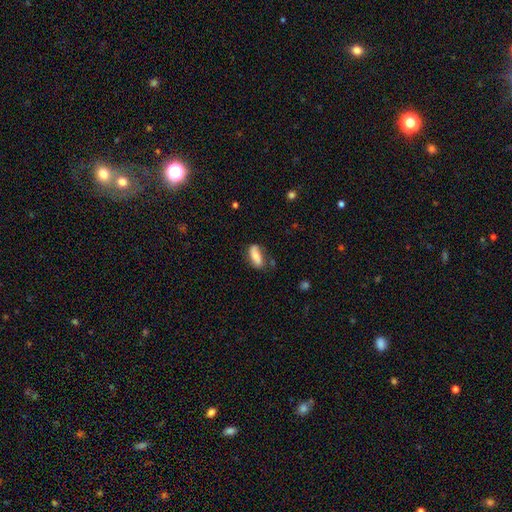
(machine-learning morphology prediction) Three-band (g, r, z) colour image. It shows a smooth galaxy with no disk features (62%) that is in between round and cigar-shaped (79%). Merging: none (65%).